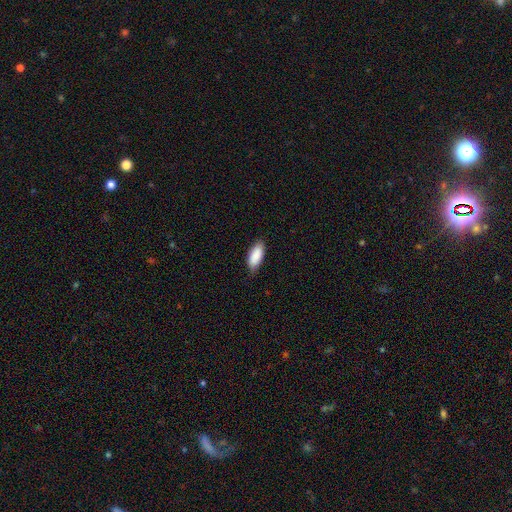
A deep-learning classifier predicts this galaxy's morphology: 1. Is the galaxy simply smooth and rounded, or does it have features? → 89% smooth, 6% star or artifact, 5% featured or disk.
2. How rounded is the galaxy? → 86% in between, 12% cigar-shaped, 2% round.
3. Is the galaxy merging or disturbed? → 78% none, 19% minor disturbance, 3% major disturbance, 1% merger.